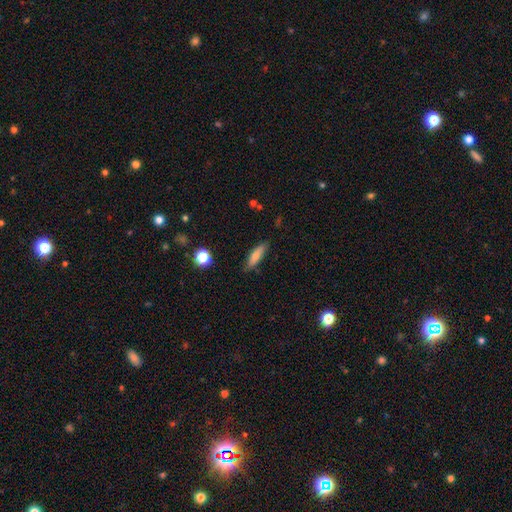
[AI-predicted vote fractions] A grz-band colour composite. It shows a smooth galaxy with no disk features (74%) that is cigar-shaped (58%). Merging: none (81%).